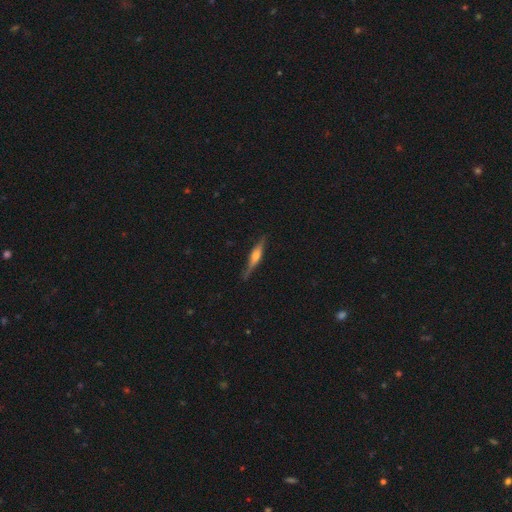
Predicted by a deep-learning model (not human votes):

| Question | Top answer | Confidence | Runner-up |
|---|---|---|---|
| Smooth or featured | featured or disk | 66% | smooth (27%) |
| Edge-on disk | yes | 97% | no (3%) |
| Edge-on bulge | rounded | 79% | boxy (15%) |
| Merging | none | 82% | minor disturbance (14%) |